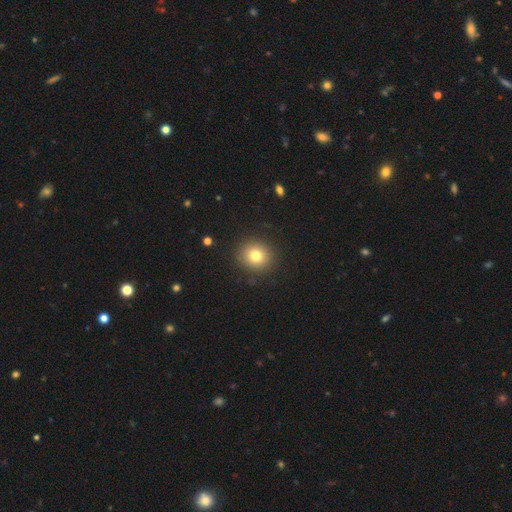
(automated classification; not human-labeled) smooth 79%, star or artifact 12%, featured or disk 9%. Down the decision tree: how rounded — round (86%); merging — none (90%).